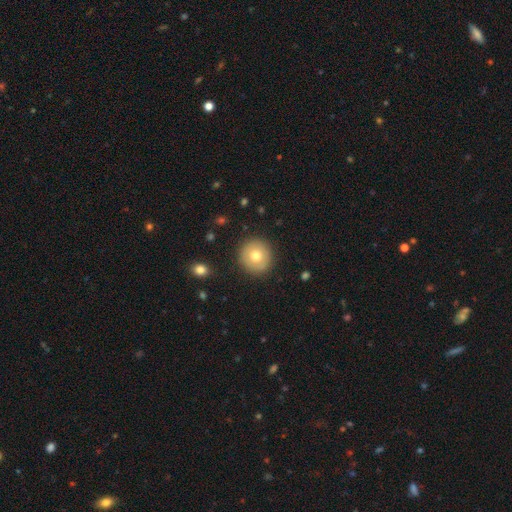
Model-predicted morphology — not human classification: Smooth or featured?
  - smooth: 73% *
  - featured or disk: 18%
  - star or artifact: 9%
How rounded?
  - round: 94% *
  - in between: 5%
  - cigar-shaped: 1%
Merging?
  - none: 90% *
  - minor disturbance: 6%
  - major disturbance: 2%
  - merger: 1%